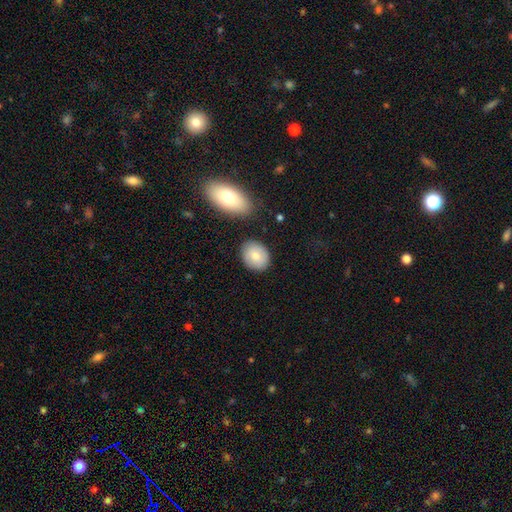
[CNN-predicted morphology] A smooth galaxy with no disk features (78%) that is round (50%).

Vote fractions:
- Smooth or featured? smooth: 78% / featured or disk: 15% / star or artifact: 7%
- How rounded? round: 50% / in between: 49% / cigar-shaped: 1%
- Merging? none: 82% / minor disturbance: 12% / merger: 4% / major disturbance: 3%